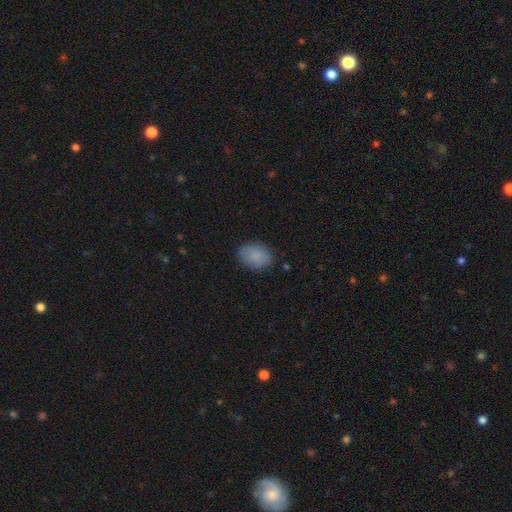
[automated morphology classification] smooth 87%, star or artifact 8%, featured or disk 5%. Down the decision tree: how rounded — in between (76%); merging — none (84%).